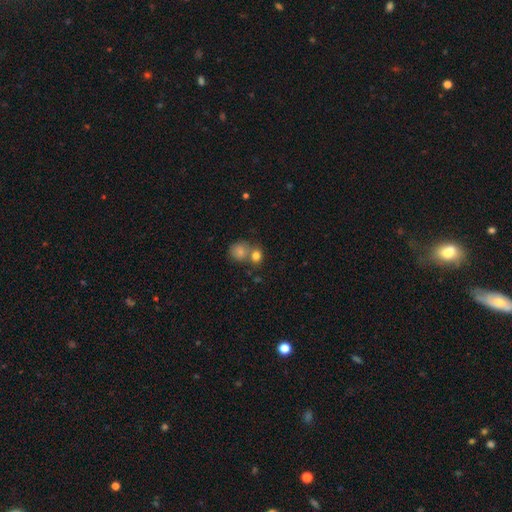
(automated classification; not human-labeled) smooth-or-featured: smooth: 79% | star or artifact: 12% | featured or disk: 9%
  how-rounded: round: 72% | in between: 27% | cigar-shaped: 1%
  merging: none: 46% | merger: 42% | minor disturbance: 8% | major disturbance: 3%